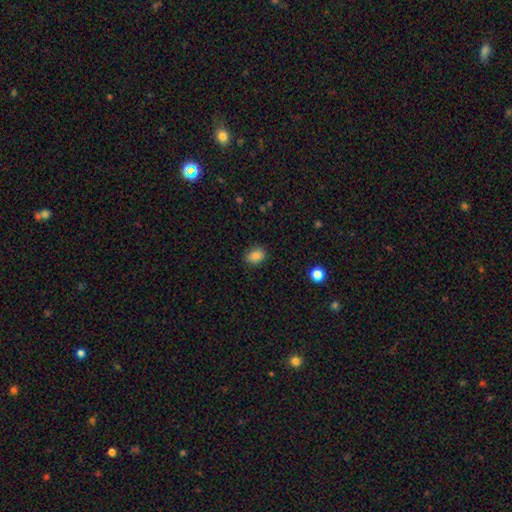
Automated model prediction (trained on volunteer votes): A smooth galaxy with no disk features (84%) that is round (50%).

Vote fractions:
- Smooth or featured? smooth: 84% / star or artifact: 10% / featured or disk: 6%
- How rounded? round: 50% / in between: 49% / cigar-shaped: 1%
- Merging? none: 83% / minor disturbance: 13% / major disturbance: 3% / merger: 1%